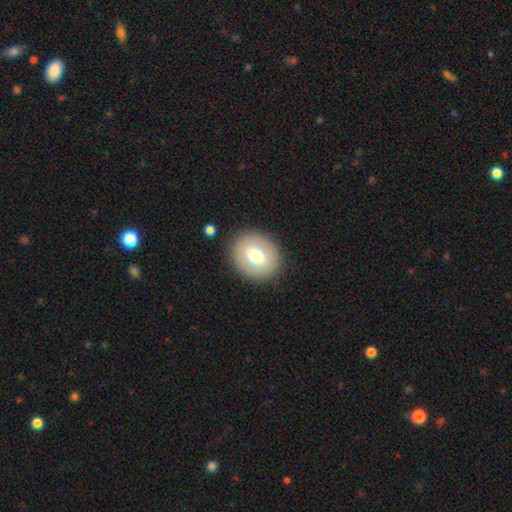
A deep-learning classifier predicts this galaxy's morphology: Smooth or featured?
  - smooth: 65% *
  - featured or disk: 27%
  - star or artifact: 8%
How rounded?
  - round: 66% *
  - in between: 33%
  - cigar-shaped: 1%
Merging?
  - none: 87% *
  - minor disturbance: 8%
  - major disturbance: 3%
  - merger: 1%